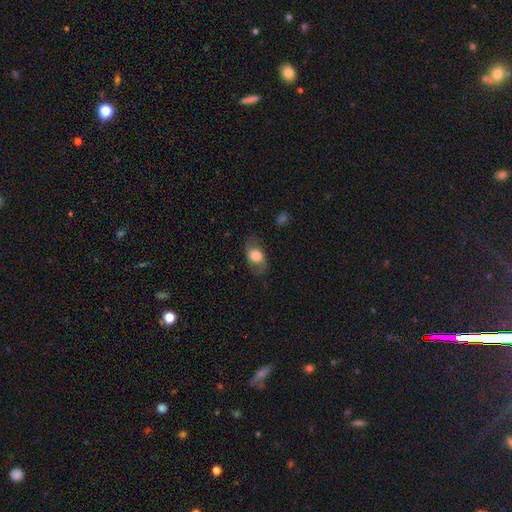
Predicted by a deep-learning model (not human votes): The model was most divided on "smooth or featured": smooth: 59%, featured or disk: 33%, star or artifact: 7%. More confident: how rounded — in between (79%); merging — none (71%).